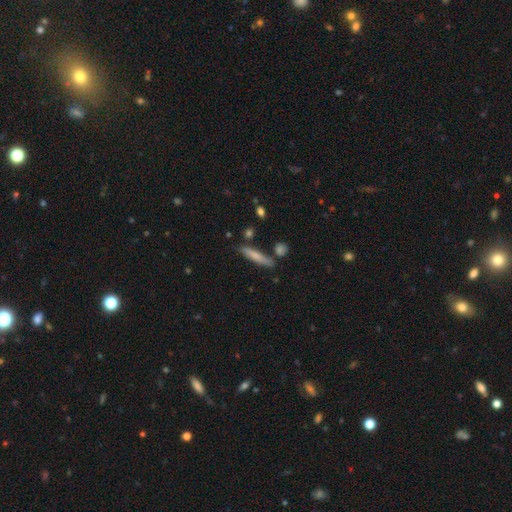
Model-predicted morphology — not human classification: Smooth or featured? Predicted: smooth (p=0.70). How rounded? Predicted: cigar-shaped (p=0.89). Merging? Predicted: none (p=0.77).